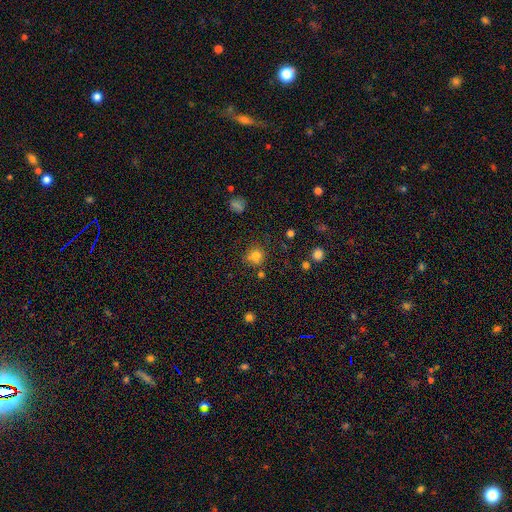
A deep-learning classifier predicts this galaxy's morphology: smooth 76%, star or artifact 17%, featured or disk 8%. Down the decision tree: how rounded — round (88%); merging — none (72%).